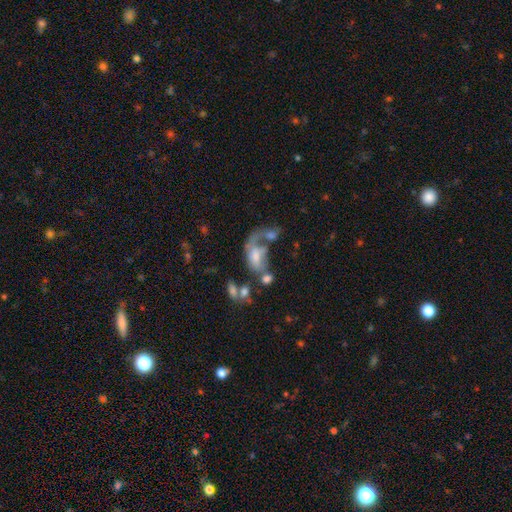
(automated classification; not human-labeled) smooth_or_featured: featured or disk (p=0.56) [alt: smooth p=0.31]
disk_edge_on: no (p=0.95) [alt: yes p=0.05]
bar: no (p=0.64) [alt: weak p=0.28]
has_spiral_arms: yes (p=0.57) [alt: no p=0.43]
bulge_size: moderate (p=0.36) [alt: small p=0.30]
merging: merger (p=0.36) [alt: major disturbance p=0.34]